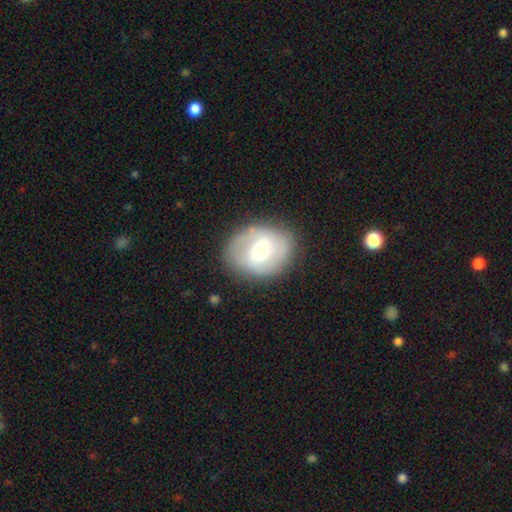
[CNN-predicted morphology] Smooth or featured: featured or disk — 51% (smooth — 42%)
Edge-on disk: no — 96% (yes — 4%)
Merging: none — 77% (minor disturbance — 16%)